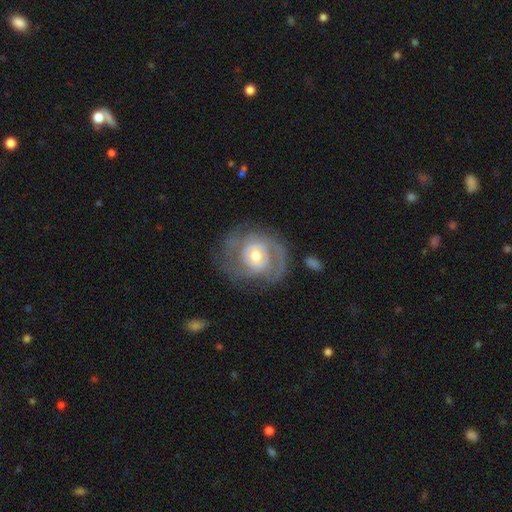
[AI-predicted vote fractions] This is likely a featured or disk galaxy (77%). It is clearly not viewed edge-on (97%). Bar: likely no (68%). Spiral arm pattern: clearly yes (87%). Spiral arm count: marginally 2 (41%). Spiral winding: possibly tight (51%). Central bulge: likely moderate (63%). Merging: likely none (62%).